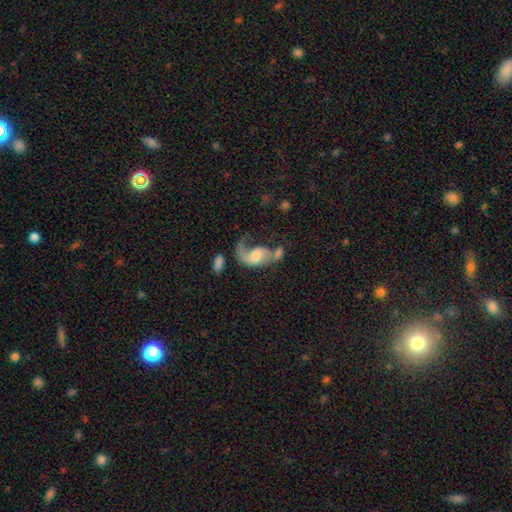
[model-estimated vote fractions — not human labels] Smooth or featured? Predicted: featured or disk (p=0.74). Edge-on disk? Predicted: no (p=0.97). Bar? Predicted: no (p=0.55). Spiral arms? Predicted: yes (p=0.90). Spiral winding? Predicted: loose (p=0.66). Spiral arm count? Predicted: 2 (p=0.55). Bulge size? Predicted: moderate (p=0.35). Merging? Predicted: major disturbance (p=0.34).